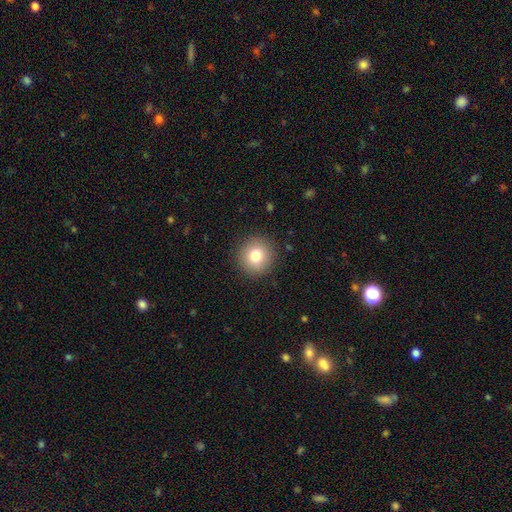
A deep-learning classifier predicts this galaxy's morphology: Smooth or featured?
  - smooth: 78% *
  - star or artifact: 11%
  - featured or disk: 11%
How rounded?
  - round: 93% *
  - in between: 6%
  - cigar-shaped: 1%
Merging?
  - none: 91% *
  - minor disturbance: 6%
  - major disturbance: 2%
  - merger: 1%